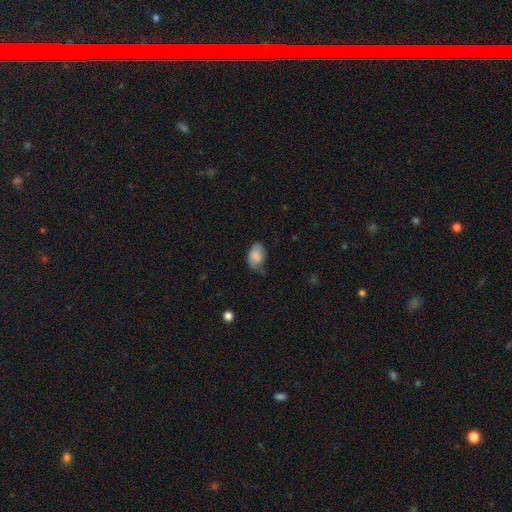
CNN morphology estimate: type=smooth (82%); roundness=in between (87%); merging=none (58%).